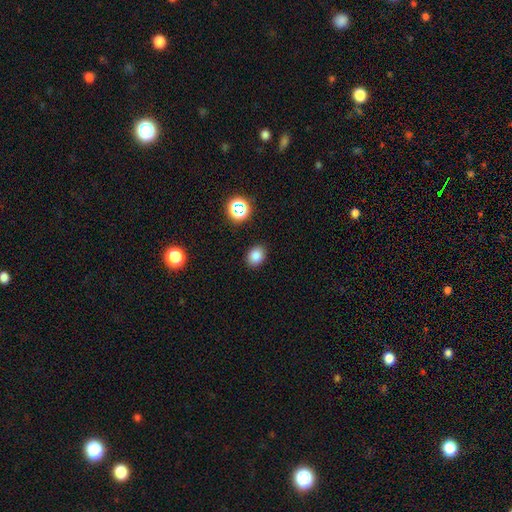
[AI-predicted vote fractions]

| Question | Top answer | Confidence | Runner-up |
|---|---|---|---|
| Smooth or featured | smooth | 82% | star or artifact (13%) |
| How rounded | in between | 56% | round (43%) |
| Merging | none | 88% | minor disturbance (8%) |